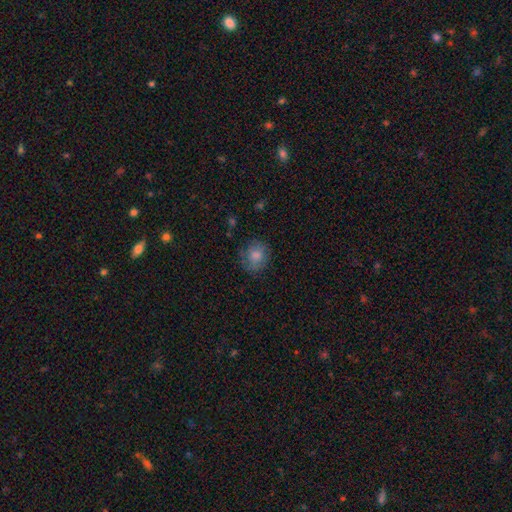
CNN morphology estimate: type=smooth (81%); roundness=round (75%); merging=none (74%).